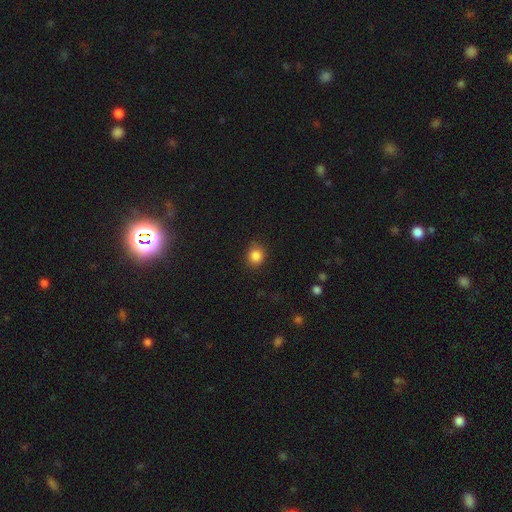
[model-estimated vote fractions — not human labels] Smooth or featured? Predicted: smooth (p=0.85). How rounded? Predicted: round (p=0.77). Merging? Predicted: none (p=0.86).